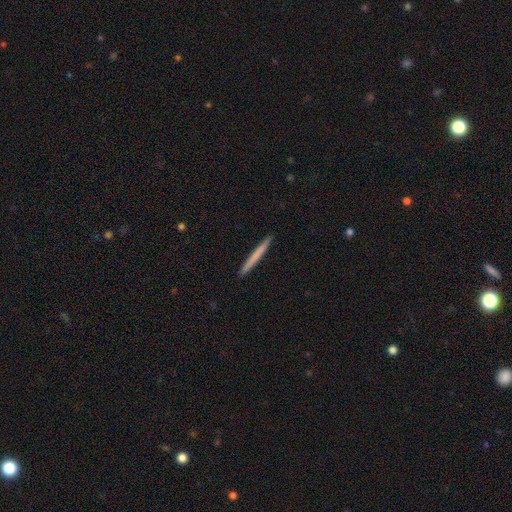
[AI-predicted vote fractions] The model was most divided on "smooth or featured": smooth: 64%, featured or disk: 31%, star or artifact: 5%. More confident: how rounded — cigar-shaped (97%); merging — none (93%).